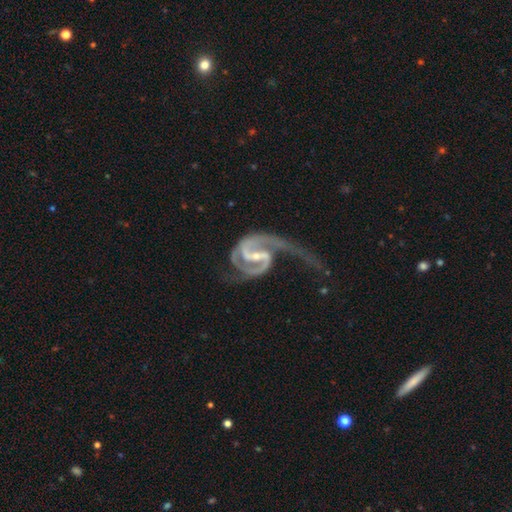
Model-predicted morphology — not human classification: Overall: featured or disk (94%). Edge-on disk: no (98%). Bar: strong (47%; weak 41%). Spiral arms: yes (98%). Spiral arm count: 2 (88%). Spiral winding: medium (53%; loose 27%). Bulge size: small (66%; moderate 26%). Merging: major disturbance (42%; none 35%).